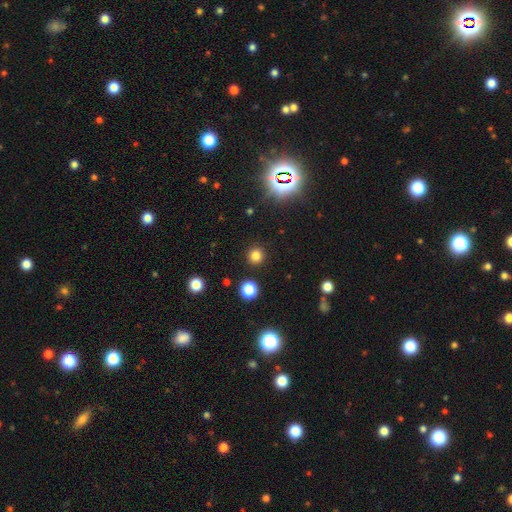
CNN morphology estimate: Smooth or featured?
  - smooth: 78% *
  - star or artifact: 17%
  - featured or disk: 5%
How rounded?
  - round: 94% *
  - in between: 5%
  - cigar-shaped: 1%
Merging?
  - none: 91% *
  - minor disturbance: 5%
  - major disturbance: 2%
  - merger: 2%